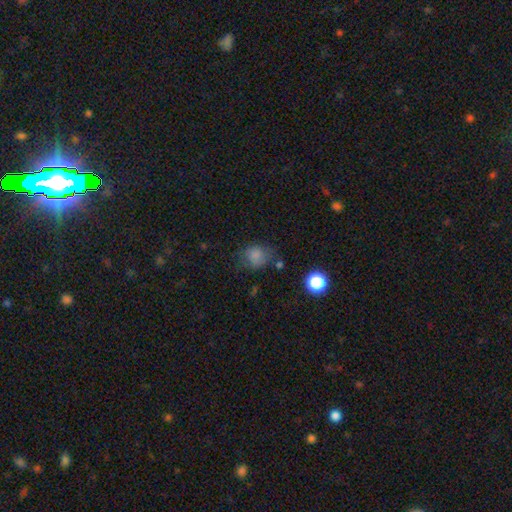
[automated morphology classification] The model was most divided on "merging": none: 62%, minor disturbance: 23%, major disturbance: 10%, merger: 4%. More confident: smooth or featured — smooth (79%); how rounded — round (69%).